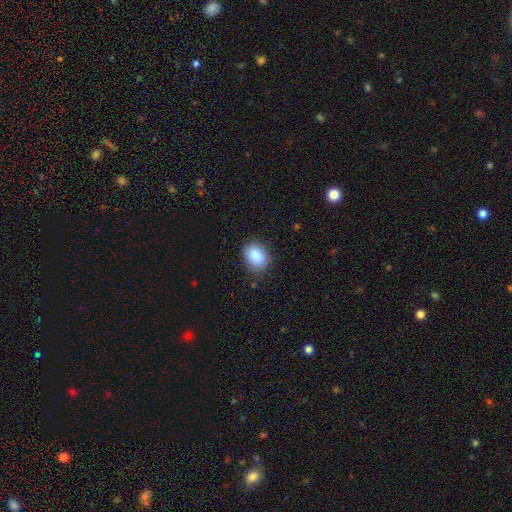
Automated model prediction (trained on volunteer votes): A smooth galaxy with no disk features (88%) that is in between round and cigar-shaped (66%).

Vote fractions:
- Smooth or featured? smooth: 88% / star or artifact: 8% / featured or disk: 4%
- How rounded? in between: 66% / round: 33% / cigar-shaped: 1%
- Merging? none: 82% / minor disturbance: 13% / major disturbance: 3% / merger: 1%